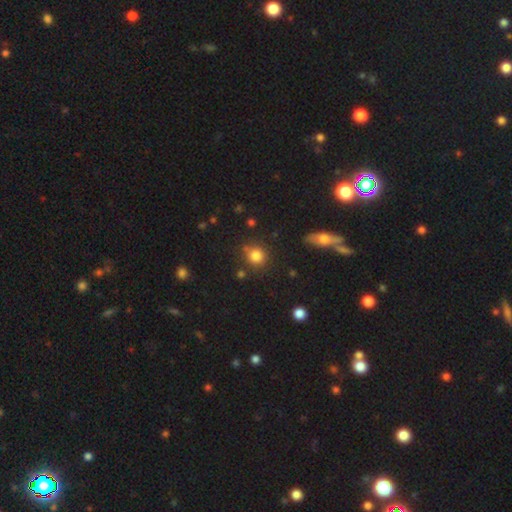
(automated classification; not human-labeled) Smooth or featured? smooth (82%)
How rounded? round (85%)
Merging? none (76%)